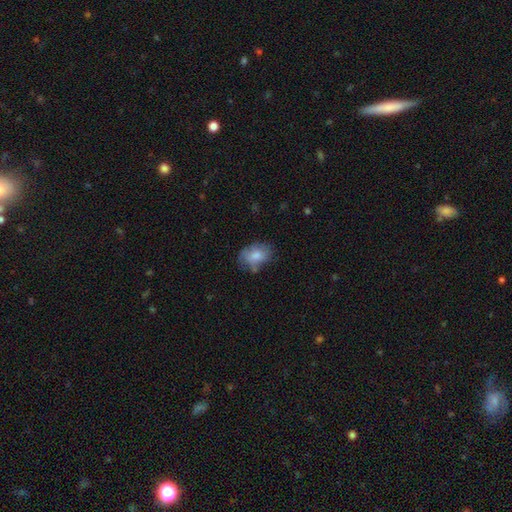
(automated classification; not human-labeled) Smooth or featured? Predicted: smooth (p=0.74). How rounded? Predicted: in between (p=0.76). Merging? Predicted: none (p=0.51).